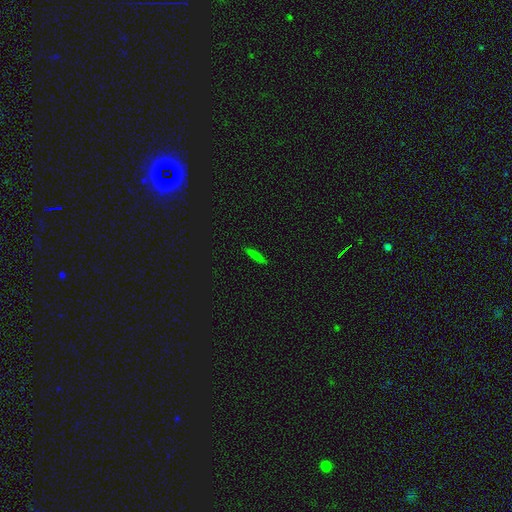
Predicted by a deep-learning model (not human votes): Morphology: type=smooth (75%); roundness=cigar-shaped (90%); merging=none (89%).